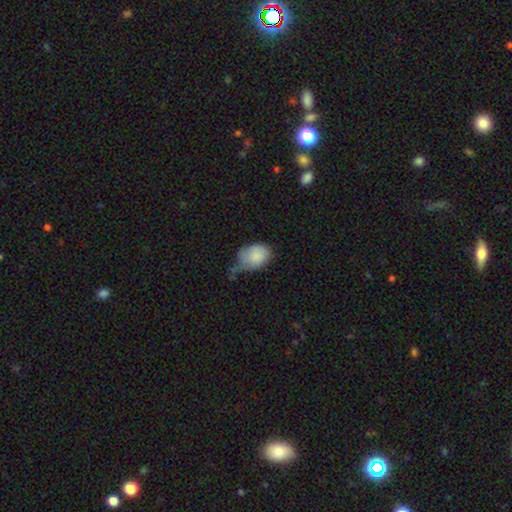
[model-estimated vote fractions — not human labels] This appears to be a smooth galaxy with no disk features (80%) that is in between round and cigar-shaped (72%). Merging: minor disturbance (45%).